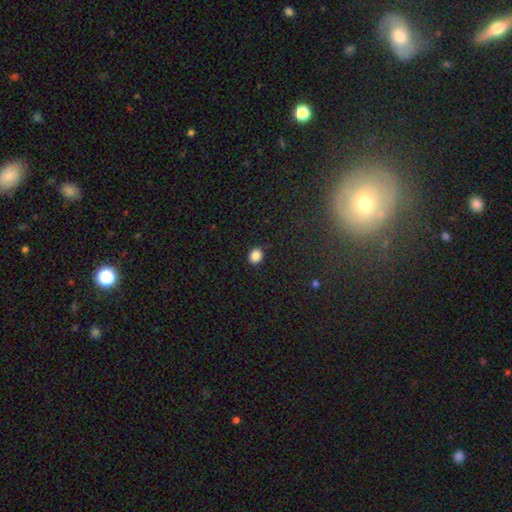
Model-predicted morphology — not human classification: Smooth or featured: smooth — 87% (star or artifact — 10%)
How rounded: round — 57% (in between — 42%)
Merging: none — 87% (minor disturbance — 9%)